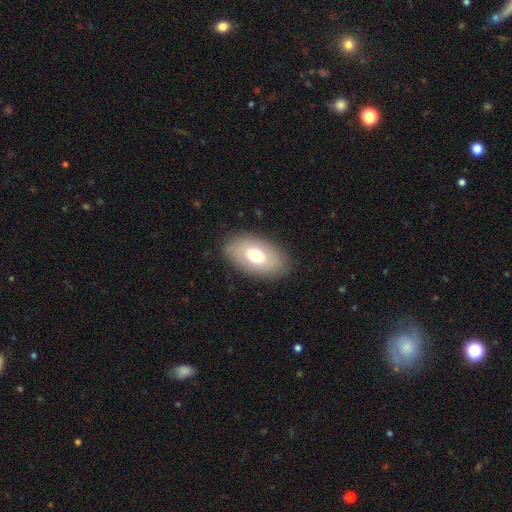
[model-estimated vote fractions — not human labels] This appears to be a smooth galaxy with no disk features (66%) that is in between round and cigar-shaped (92%). Merging: none (84%).